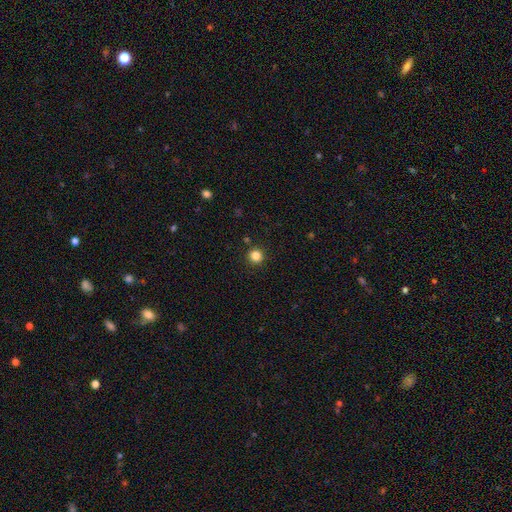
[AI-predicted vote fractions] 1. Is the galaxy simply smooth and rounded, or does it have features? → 84% smooth, 12% star or artifact, 4% featured or disk.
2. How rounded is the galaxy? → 95% round, 4% in between, 1% cigar-shaped.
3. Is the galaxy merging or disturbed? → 92% none, 5% minor disturbance, 2% major disturbance, 2% merger.